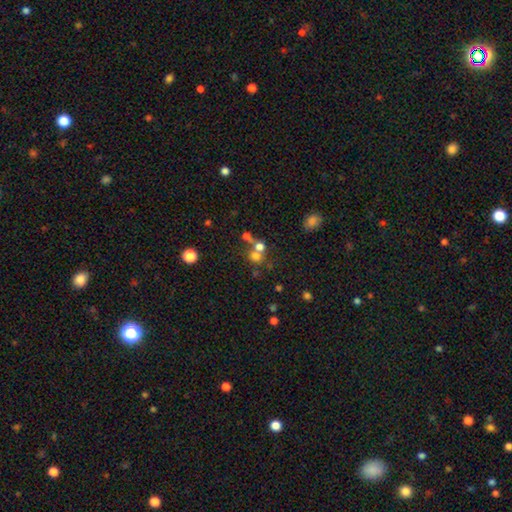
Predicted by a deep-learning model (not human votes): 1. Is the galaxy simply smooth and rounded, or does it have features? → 65% smooth, 21% star or artifact, 15% featured or disk.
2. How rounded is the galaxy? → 82% round, 17% in between, 1% cigar-shaped.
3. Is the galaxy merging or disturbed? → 45% merger, 43% none, 7% minor disturbance, 5% major disturbance.